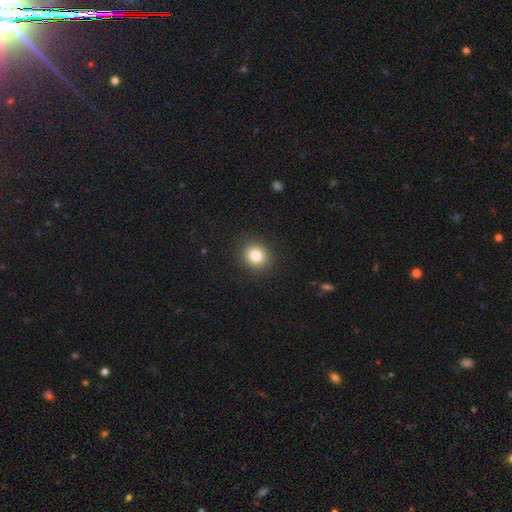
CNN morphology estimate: Overall: smooth (83%). How rounded: round (78%). Merging: none (90%).